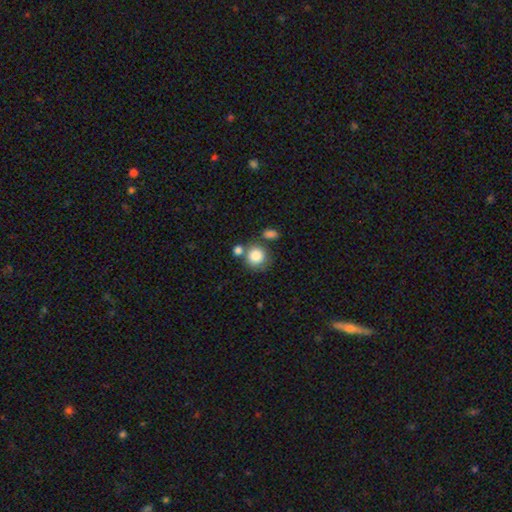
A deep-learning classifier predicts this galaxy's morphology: This is clearly a smooth galaxy (84%). How rounded: clearly round (87%). Merging: likely none (60%).